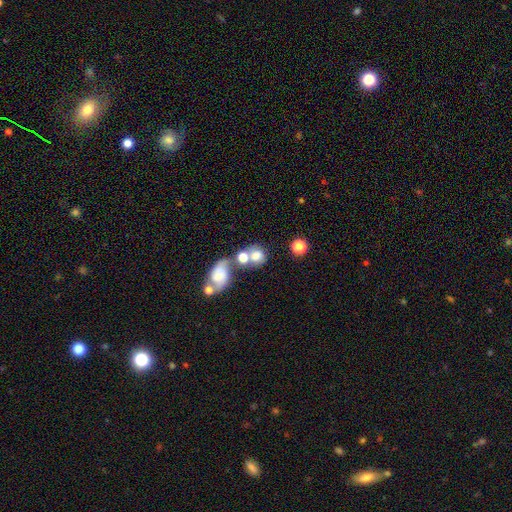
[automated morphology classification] smooth 69%, featured or disk 20%, star or artifact 11%. Down the decision tree: how rounded — round (66%); merging — merger (49%).